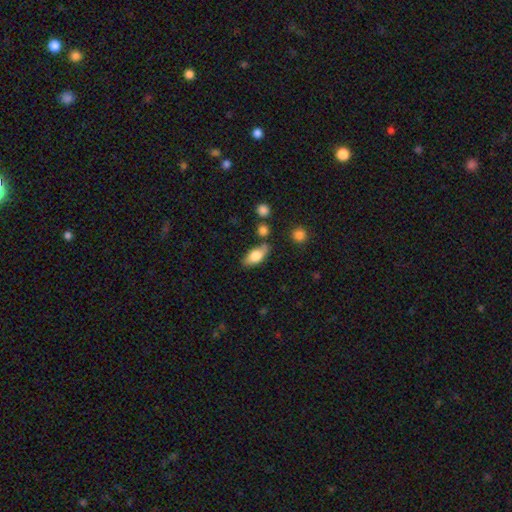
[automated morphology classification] This appears to be a smooth galaxy with no disk features (74%) that is in between round and cigar-shaped (85%). Merging: none (73%).